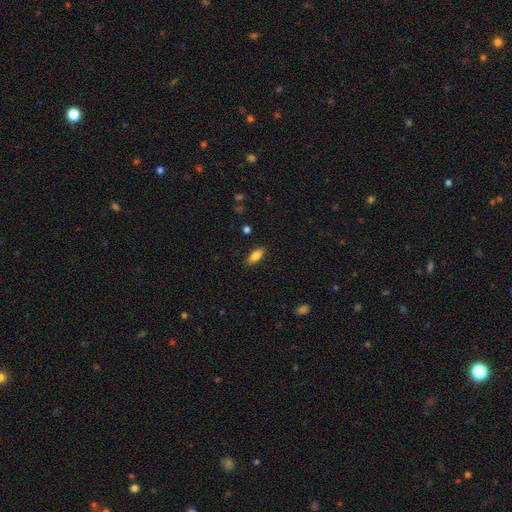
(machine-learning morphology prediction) This appears to be a smooth galaxy with no disk features (84%) that is in between round and cigar-shaped (79%). Merging: none (87%).